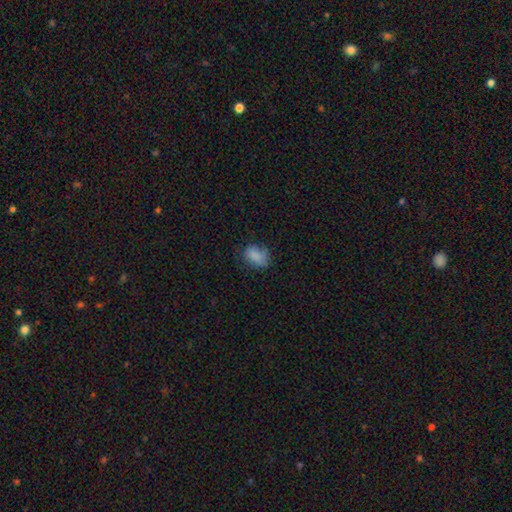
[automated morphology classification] Smooth or featured? smooth (82%)
How rounded? in between (75%)
Merging? none (59%)